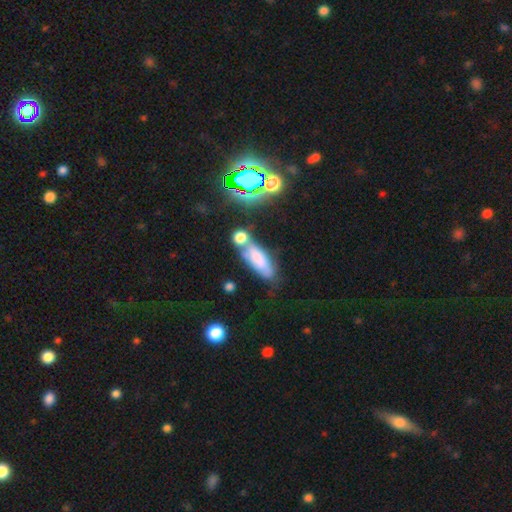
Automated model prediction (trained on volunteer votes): Smooth or featured?
  - smooth: 65% *
  - featured or disk: 20%
  - star or artifact: 14%
How rounded?
  - in between: 64% *
  - cigar-shaped: 31%
  - round: 4%
Merging?
  - none: 40% *
  - merger: 34%
  - minor disturbance: 18%
  - major disturbance: 9%